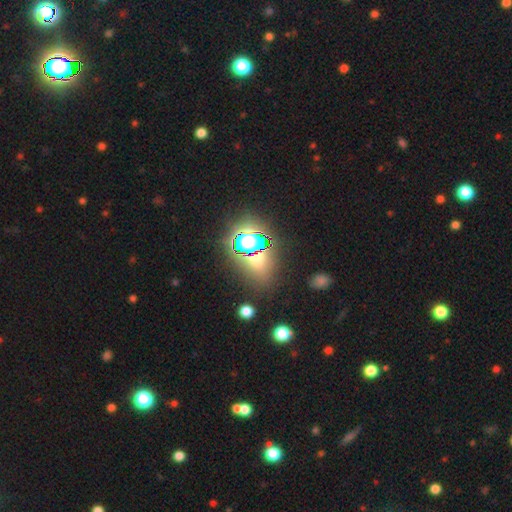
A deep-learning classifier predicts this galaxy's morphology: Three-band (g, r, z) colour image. It shows a star or artifact, not a galaxy (51%).